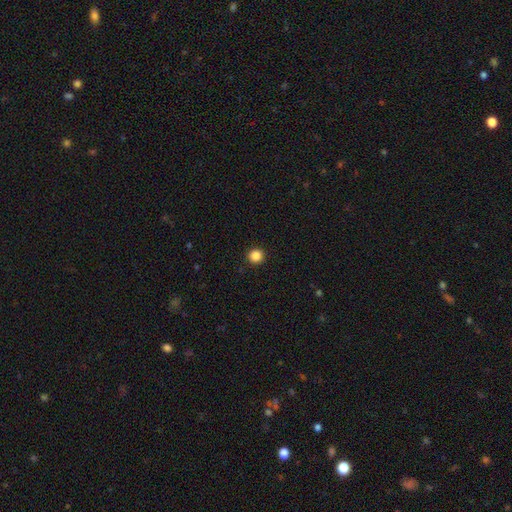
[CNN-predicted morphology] Overall: smooth (86%). How rounded: round (94%). Merging: none (93%).